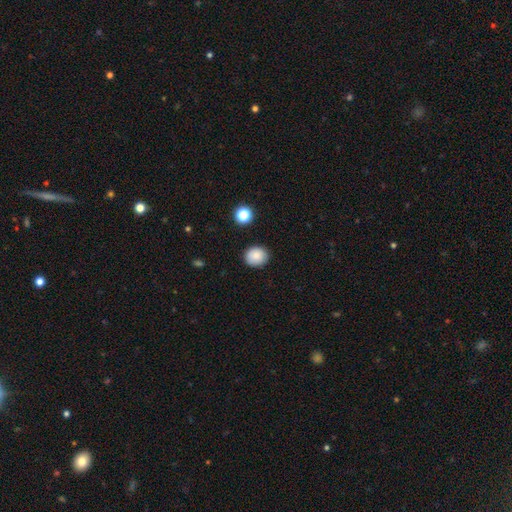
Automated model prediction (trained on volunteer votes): Smooth or featured? smooth (85%)
How rounded? round (76%)
Merging? none (88%)